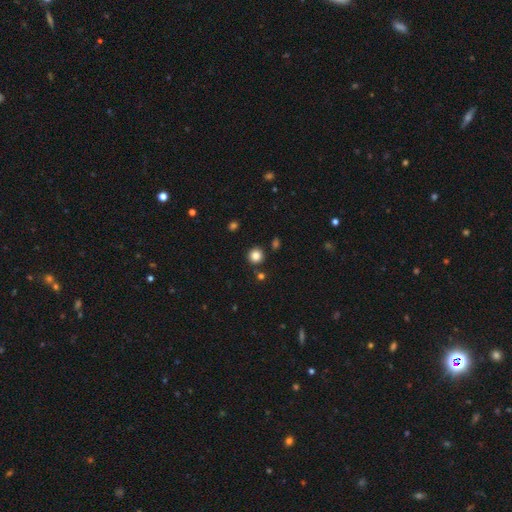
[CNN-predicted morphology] Smooth or featured? smooth (84%)
How rounded? round (93%)
Merging? none (88%)